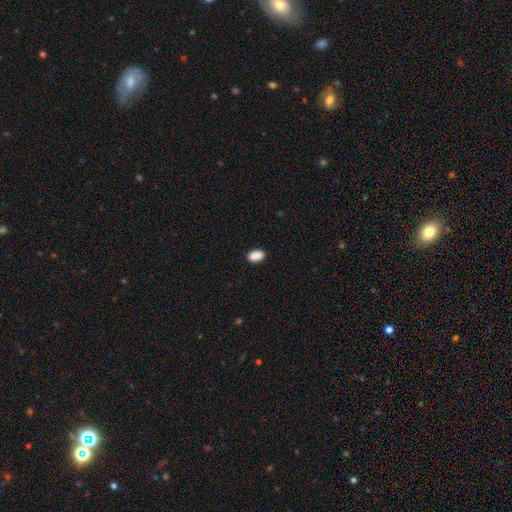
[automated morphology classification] type=smooth (90%); roundness=in between (91%); merging=none (88%).